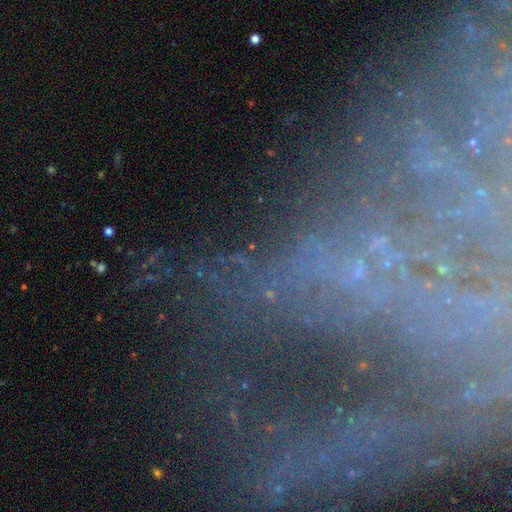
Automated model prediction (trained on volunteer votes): This appears to be a featured or disk galaxy (52%). Merging: none (61%).